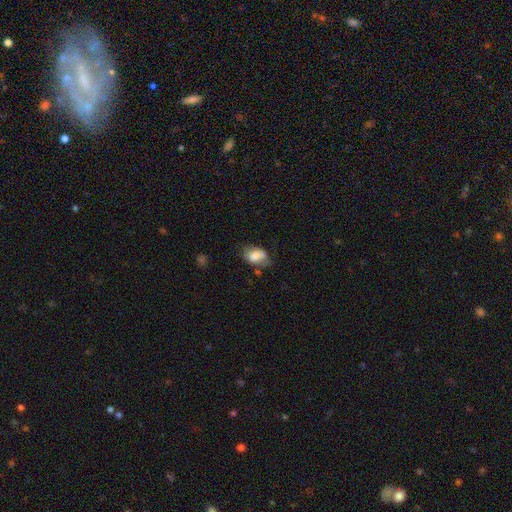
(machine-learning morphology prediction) Smooth or featured? smooth (76%)
How rounded? in between (81%)
Merging? none (48%)